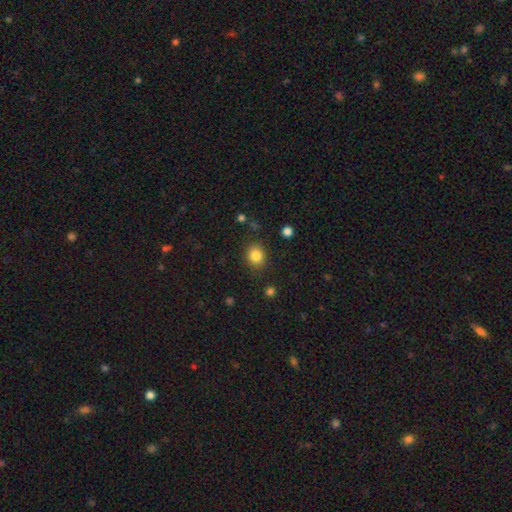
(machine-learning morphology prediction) The model was most divided on "how rounded": round: 74%, in between: 25%, cigar-shaped: 1%. More confident: merging — none (86%); smooth or featured — smooth (84%).